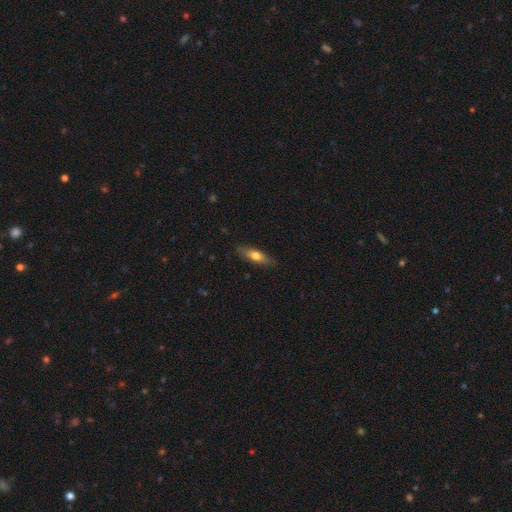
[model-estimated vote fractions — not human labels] smooth 63%, featured or disk 31%, star or artifact 6%. Down the decision tree: how rounded — cigar-shaped (53%); merging — none (85%).